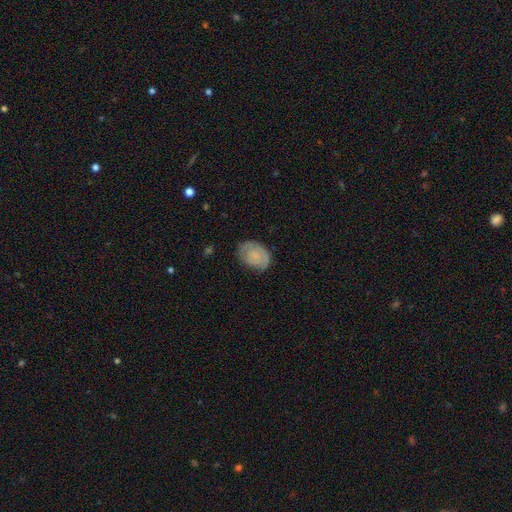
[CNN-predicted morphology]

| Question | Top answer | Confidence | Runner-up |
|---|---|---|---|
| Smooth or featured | smooth | 61% | featured or disk (31%) |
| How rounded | in between | 73% | round (26%) |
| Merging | none | 66% | minor disturbance (26%) |